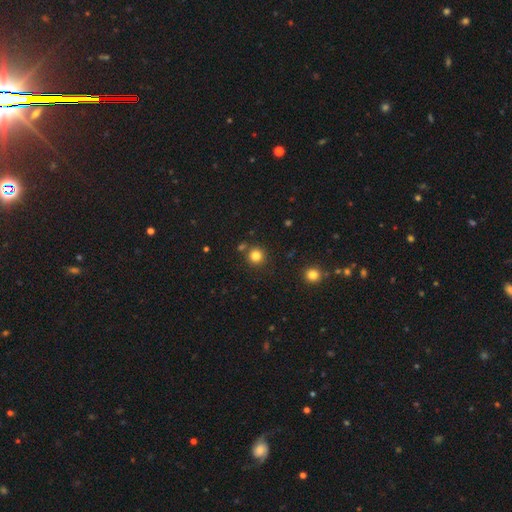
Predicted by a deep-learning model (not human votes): This appears to be a smooth galaxy with no disk features (82%) that is round (94%). Merging: none (83%).